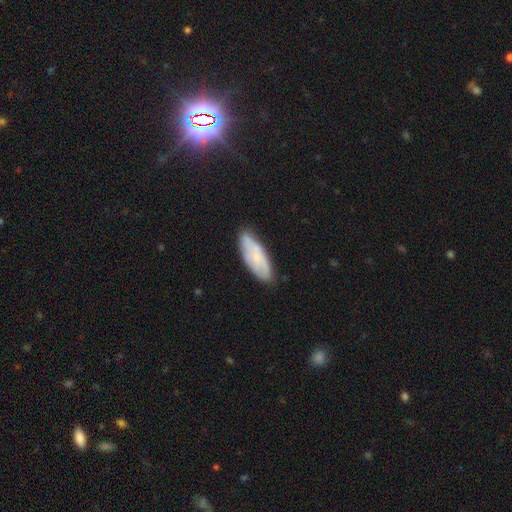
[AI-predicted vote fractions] smooth_or_featured: smooth (p=0.56) [alt: featured or disk p=0.37]
how_rounded: in between (p=0.66) [alt: cigar-shaped p=0.32]
merging: none (p=0.73) [alt: minor disturbance p=0.20]